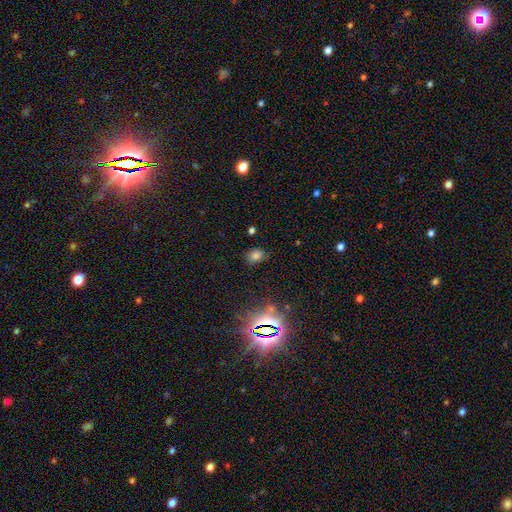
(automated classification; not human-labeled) Smooth or featured? smooth (61%)
How rounded? in between (63%)
Merging? none (77%)